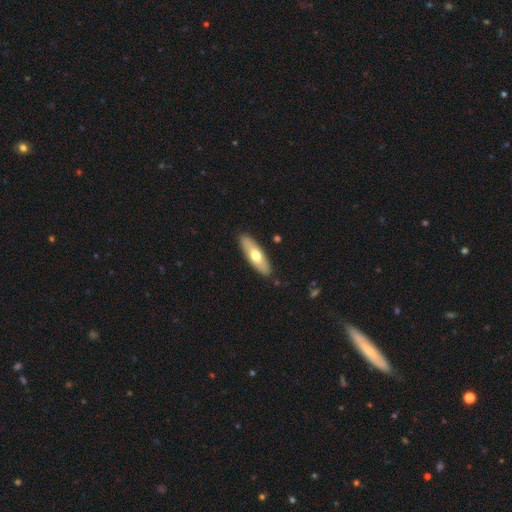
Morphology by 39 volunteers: A smooth galaxy with no disk features (69%) that is in between round and cigar-shaped (56%).

Vote fractions:
- Smooth or featured? smooth: 69% / featured or disk: 28% / star or artifact: 3%
- How rounded? in between: 56% / cigar-shaped: 44% / round: 0%
- Merging? none: 92% / minor disturbance: 5% / major disturbance: 3% / merger: 0%